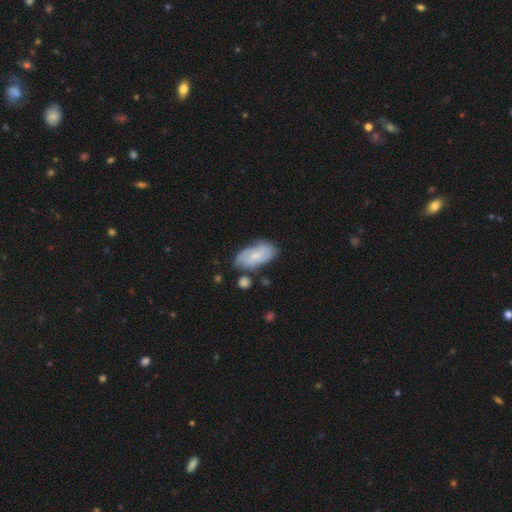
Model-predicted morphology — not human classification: Smooth or featured: featured or disk — 55% (smooth — 38%)
Edge-on disk: no — 94% (yes — 6%)
Bar: no — 60% (weak — 33%)
Spiral arms: yes — 78% (no — 22%)
Bulge size: small — 67% (moderate — 25%)
Merging: none — 64% (minor disturbance — 23%)